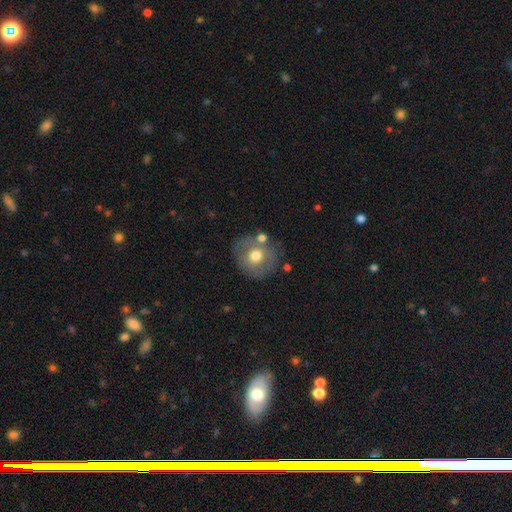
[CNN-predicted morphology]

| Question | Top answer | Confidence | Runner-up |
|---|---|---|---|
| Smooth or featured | smooth | 62% | featured or disk (29%) |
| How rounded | round | 87% | in between (12%) |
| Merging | none | 75% | minor disturbance (12%) |